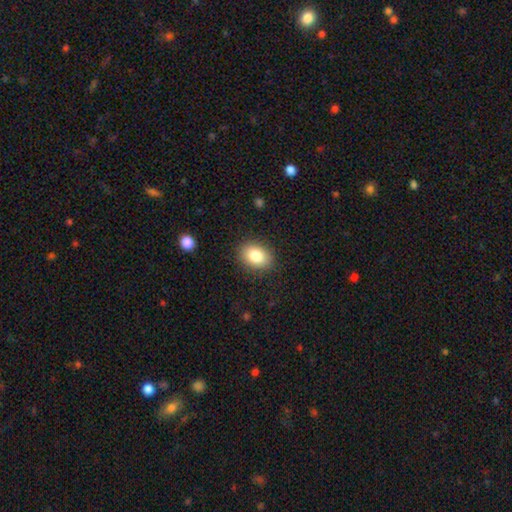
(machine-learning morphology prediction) Q: Smooth or featured?
A: smooth (84%); runner-up: star or artifact (8%)
Q: How rounded?
A: in between (73%); runner-up: round (26%)
Q: Merging?
A: none (87%); runner-up: minor disturbance (9%)